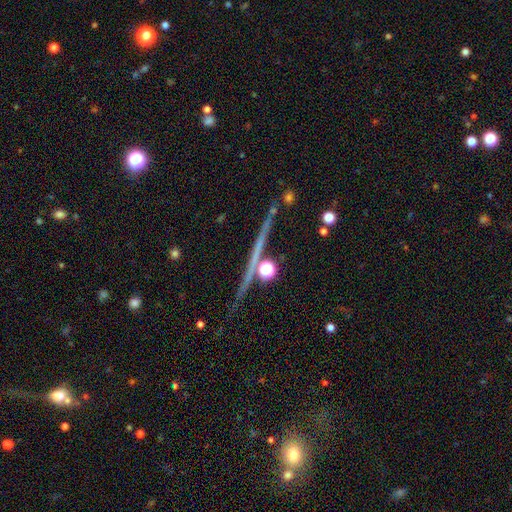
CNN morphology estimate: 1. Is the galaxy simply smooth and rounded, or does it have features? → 63% featured or disk, 25% star or artifact, 13% smooth.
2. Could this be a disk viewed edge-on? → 95% yes, 5% no.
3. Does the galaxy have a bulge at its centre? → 49% none, 41% rounded, 10% boxy.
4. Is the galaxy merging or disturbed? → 87% none, 6% minor disturbance, 4% merger, 3% major disturbance.